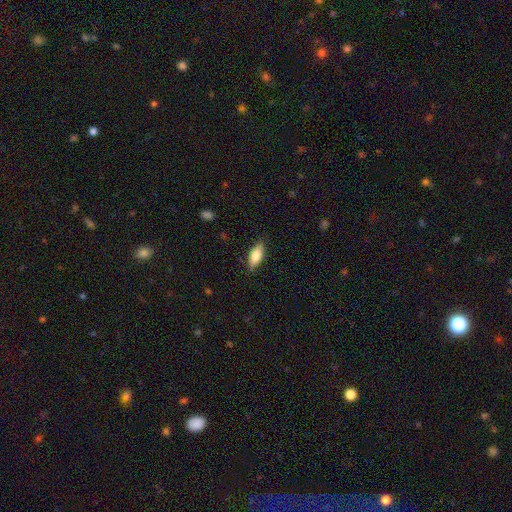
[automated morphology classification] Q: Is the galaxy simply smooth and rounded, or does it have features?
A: smooth — 78%.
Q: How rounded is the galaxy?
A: in between — 81%.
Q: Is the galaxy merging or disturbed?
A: none — 84%.